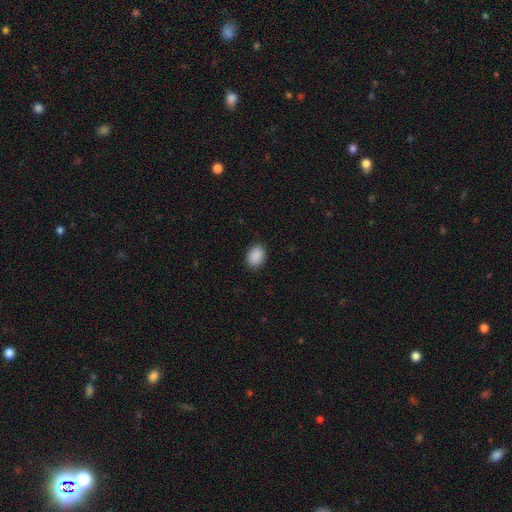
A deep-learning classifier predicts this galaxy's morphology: The model was most divided on "how rounded": in between: 73%, round: 26%, cigar-shaped: 1%. More confident: smooth or featured — smooth (90%); merging — none (88%).